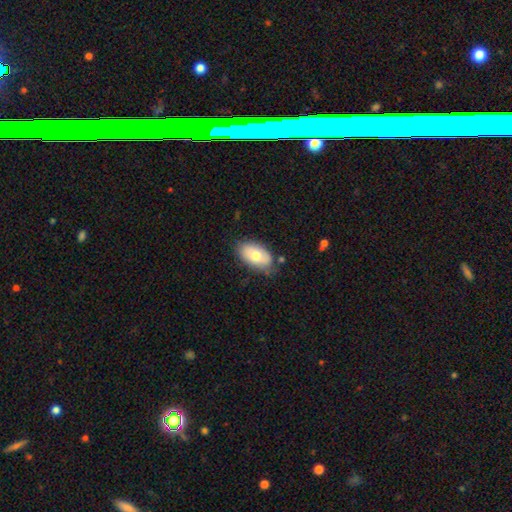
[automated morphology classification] Smooth or featured?
  - smooth: 72% *
  - featured or disk: 22%
  - star or artifact: 7%
How rounded?
  - in between: 93% *
  - round: 5%
  - cigar-shaped: 2%
Merging?
  - none: 73% *
  - minor disturbance: 20%
  - major disturbance: 4%
  - merger: 3%